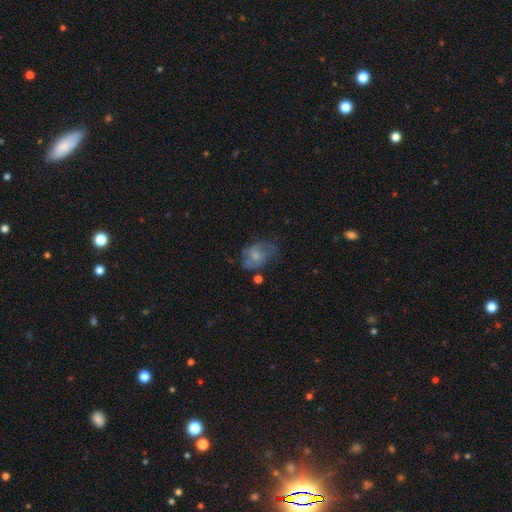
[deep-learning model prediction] smooth 48%, featured or disk 42%, star or artifact 10%. Down the decision tree: merging — none (40%).